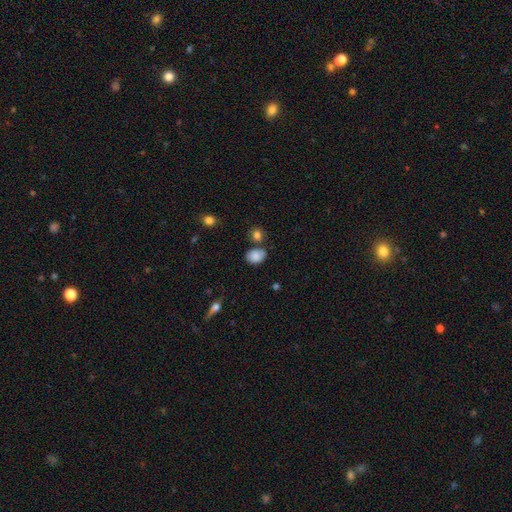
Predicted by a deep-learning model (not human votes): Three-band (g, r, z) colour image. It shows a smooth galaxy with no disk features (84%) that is in between round and cigar-shaped (64%). Merging: none (68%).